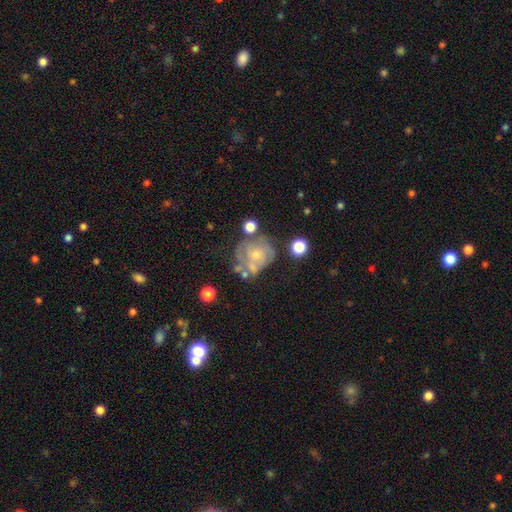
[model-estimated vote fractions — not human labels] featured or disk 70%, smooth 22%, star or artifact 9%. Down the decision tree: edge-on disk — no (98%); bar — no (78%); spiral arms — yes (73%); bulge size — small (59%); merging — none (45%).